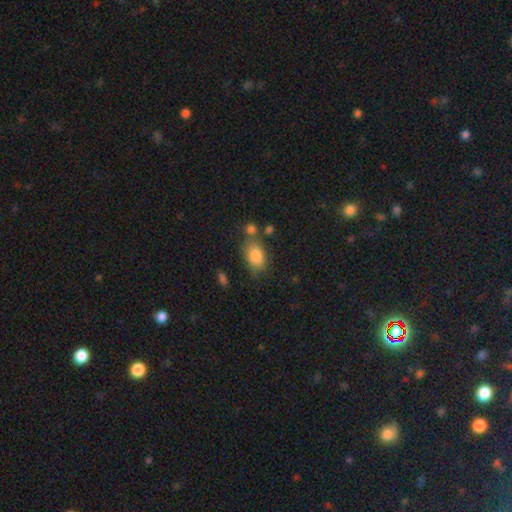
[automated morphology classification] Smooth or featured: smooth — 84% (star or artifact — 8%)
How rounded: in between — 85% (round — 13%)
Merging: none — 60% (minor disturbance — 21%)